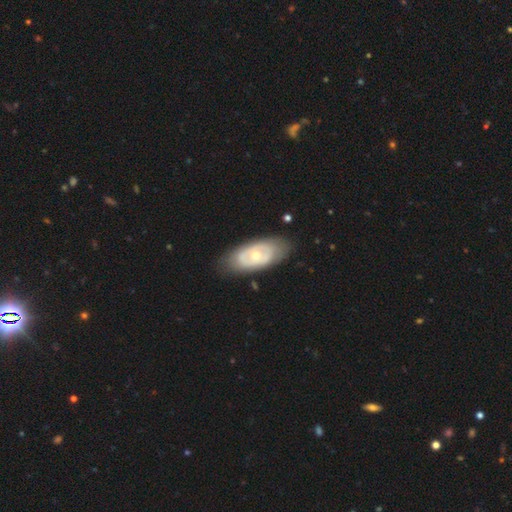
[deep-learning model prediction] This appears to be a featured or disk galaxy (63%) with no bar (83%), no spiral arms (76%) and a moderate central bulge (54%). Merging: none (79%).